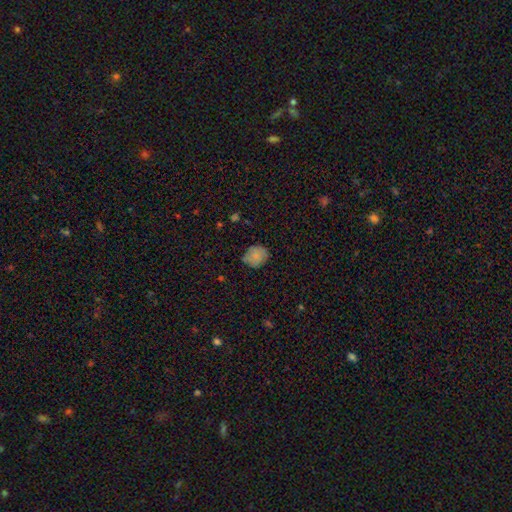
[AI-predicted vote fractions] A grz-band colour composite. It shows a smooth galaxy with no disk features (82%) that is round (71%). Merging: none (72%).